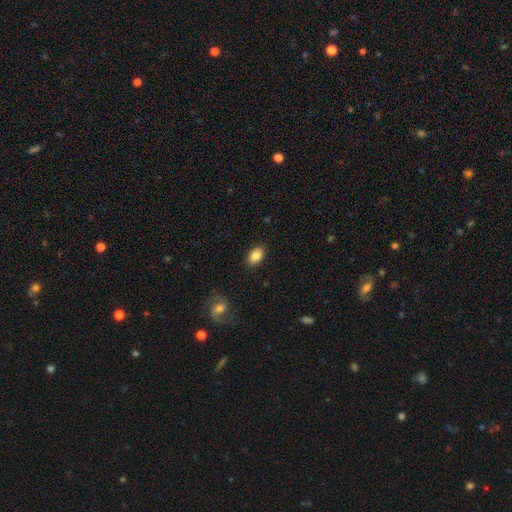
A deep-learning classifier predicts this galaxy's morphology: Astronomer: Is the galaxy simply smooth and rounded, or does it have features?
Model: smooth — 85%.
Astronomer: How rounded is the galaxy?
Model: in between — 86%.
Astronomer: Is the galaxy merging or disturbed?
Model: none — 87%.